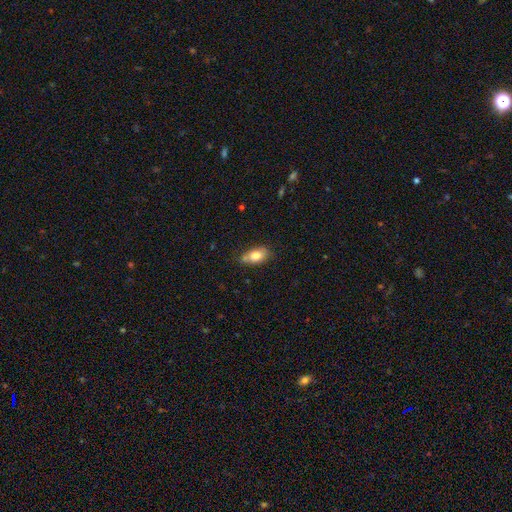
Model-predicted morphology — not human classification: smooth_or_featured: smooth (p=0.80) [alt: featured or disk p=0.12]
how_rounded: in between (p=0.89) [alt: round p=0.07]
merging: none (p=0.66) [alt: minor disturbance p=0.23]